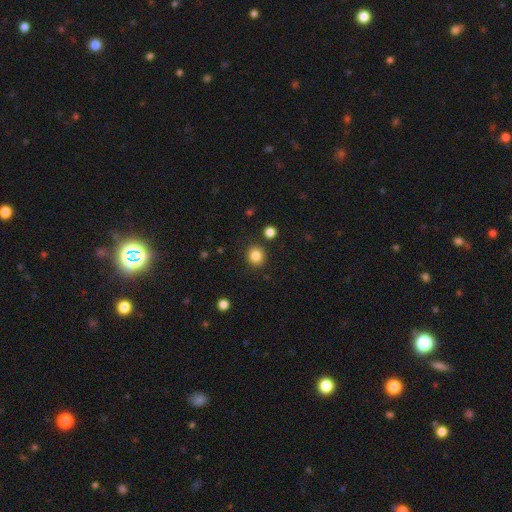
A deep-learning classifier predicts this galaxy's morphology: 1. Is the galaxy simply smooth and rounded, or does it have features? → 85% smooth, 11% star or artifact, 4% featured or disk.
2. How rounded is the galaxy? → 84% round, 15% in between, 1% cigar-shaped.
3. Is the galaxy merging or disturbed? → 87% none, 7% minor disturbance, 3% merger, 2% major disturbance.